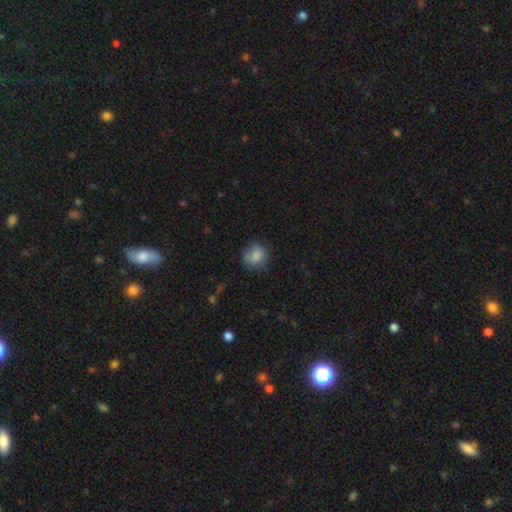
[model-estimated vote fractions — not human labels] Smooth or featured: smooth — 81% (featured or disk — 10%)
How rounded: round — 72% (in between — 27%)
Merging: none — 71% (minor disturbance — 20%)